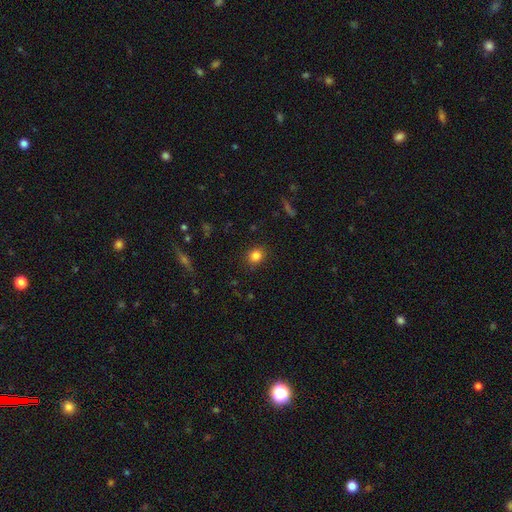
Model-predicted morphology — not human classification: This is clearly a smooth galaxy (84%). How rounded: likely round (72%). Merging: clearly none (88%).